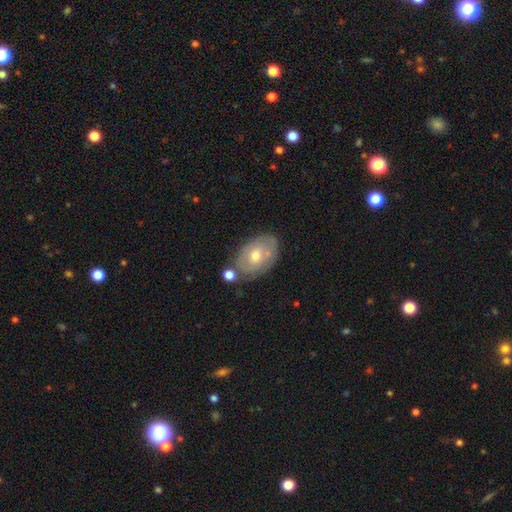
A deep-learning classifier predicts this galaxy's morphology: featured or disk 47%, smooth 46%, star or artifact 7%. Down the decision tree: merging — none (61%).